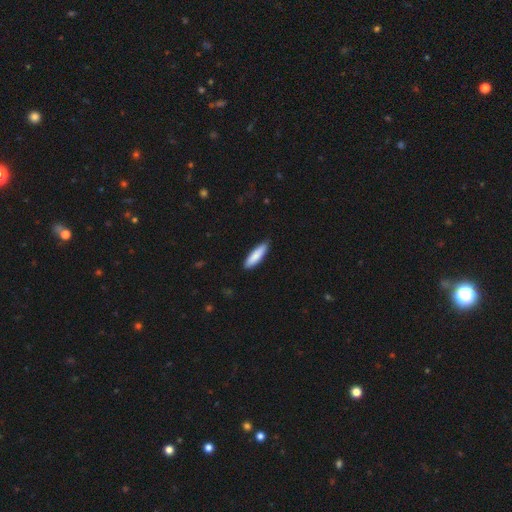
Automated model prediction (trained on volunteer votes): Smooth or featured? Predicted: smooth (p=0.86). How rounded? Predicted: cigar-shaped (p=0.66). Merging? Predicted: none (p=0.87).